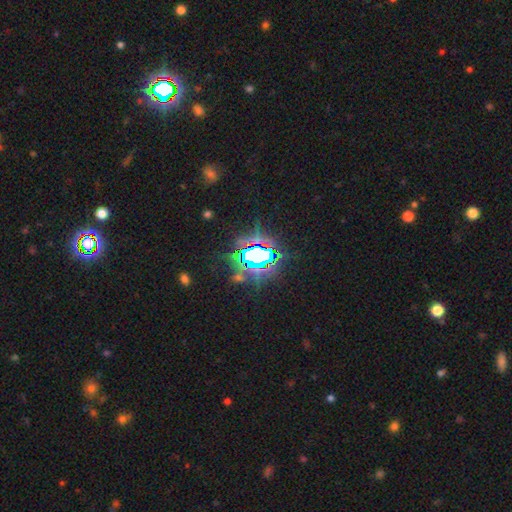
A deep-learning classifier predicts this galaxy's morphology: This is likely a star or artifact rather than a galaxy (78%).